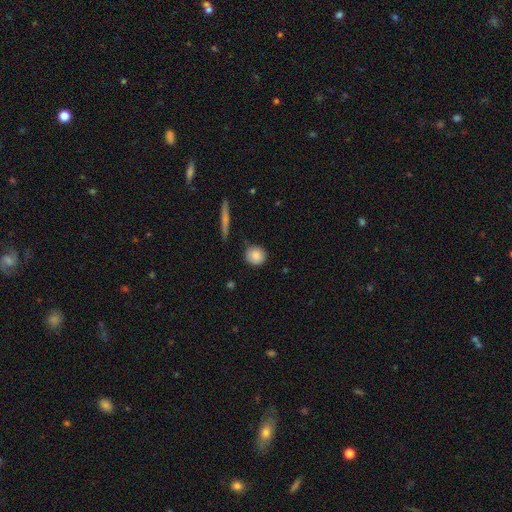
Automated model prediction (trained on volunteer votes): smooth-or-featured: smooth: 86% | star or artifact: 7% | featured or disk: 7%
  how-rounded: round: 87% | in between: 11% | cigar-shaped: 2%
  merging: none: 84% | minor disturbance: 11% | major disturbance: 3% | merger: 2%